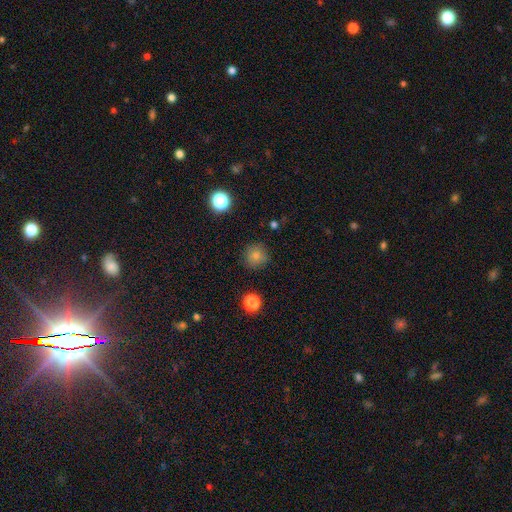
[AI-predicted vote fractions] smooth_or_featured: smooth (p=0.81) [alt: star or artifact p=0.13]
how_rounded: round (p=0.93) [alt: in between p=0.06]
merging: none (p=0.86) [alt: minor disturbance p=0.09]